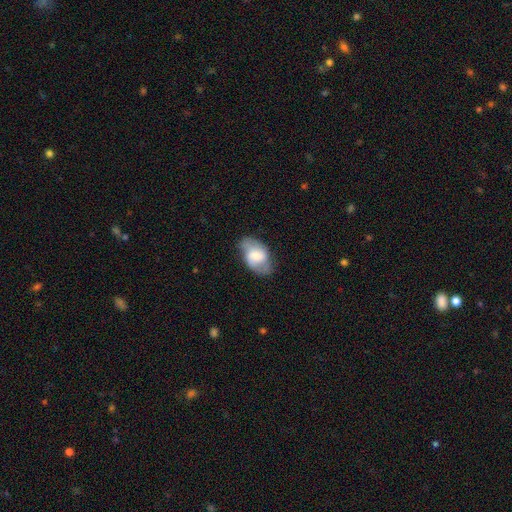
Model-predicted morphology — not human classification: Smooth or featured? featured or disk (51%)
Edge-on disk? no (94%)
Merging? none (69%)